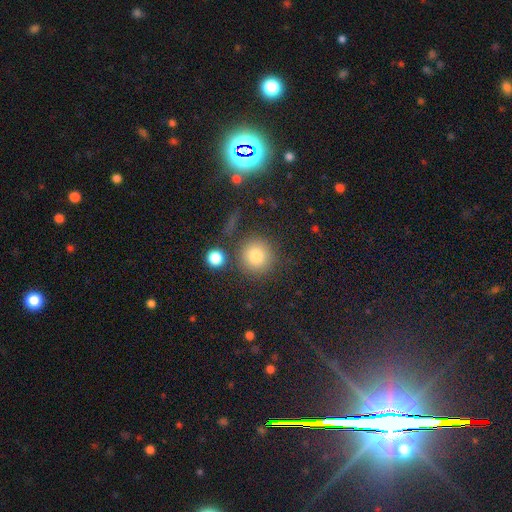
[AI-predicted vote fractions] smooth 80%, star or artifact 12%, featured or disk 8%. Down the decision tree: how rounded — round (93%); merging — none (80%).